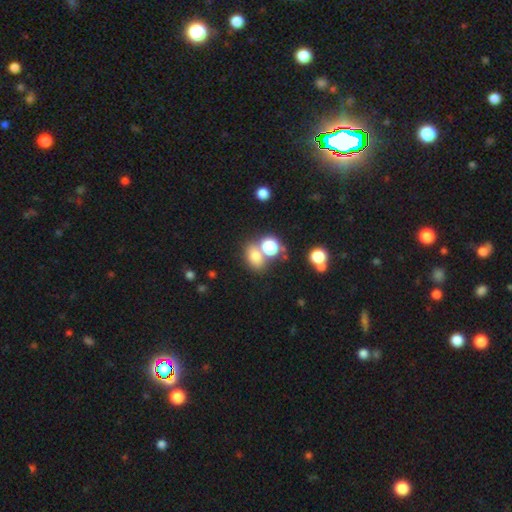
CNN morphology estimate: smooth 71%, star or artifact 18%, featured or disk 11%. Down the decision tree: how rounded — in between (54%); merging — none (53%).